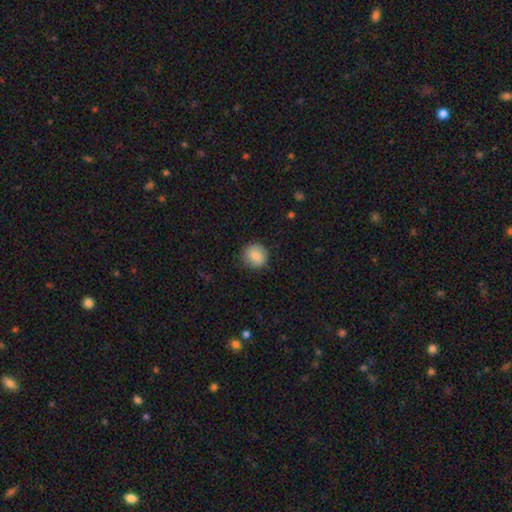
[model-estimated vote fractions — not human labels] Smooth or featured: smooth — 81% (featured or disk — 11%)
How rounded: round — 92% (in between — 7%)
Merging: none — 87% (minor disturbance — 10%)